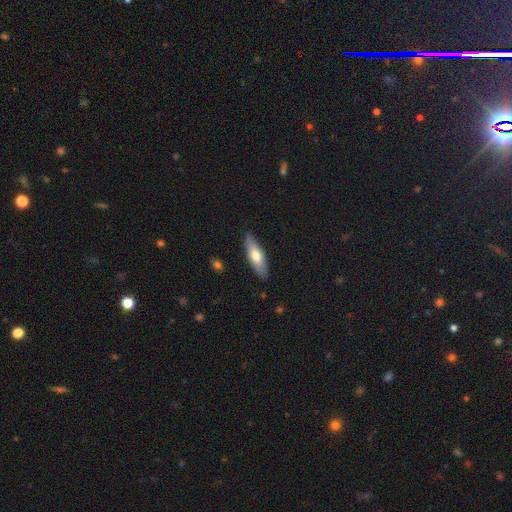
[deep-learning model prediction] smooth_or_featured: smooth (p=0.63) [alt: featured or disk p=0.31]
how_rounded: in between (p=0.54) [alt: cigar-shaped p=0.44]
merging: none (p=0.86) [alt: minor disturbance p=0.11]